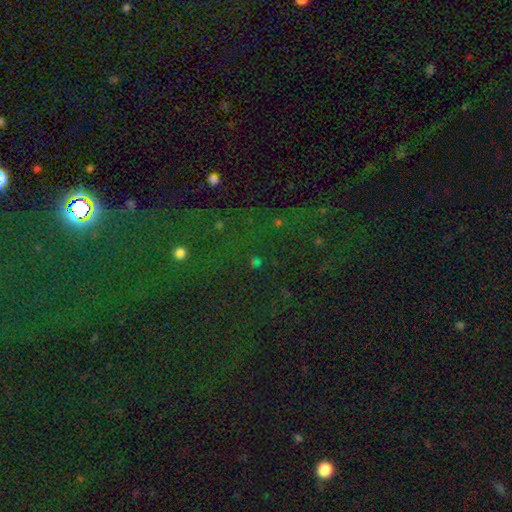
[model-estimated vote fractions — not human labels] Smooth or featured?
  - star or artifact: 76% *
  - smooth: 14%
  - featured or disk: 10%